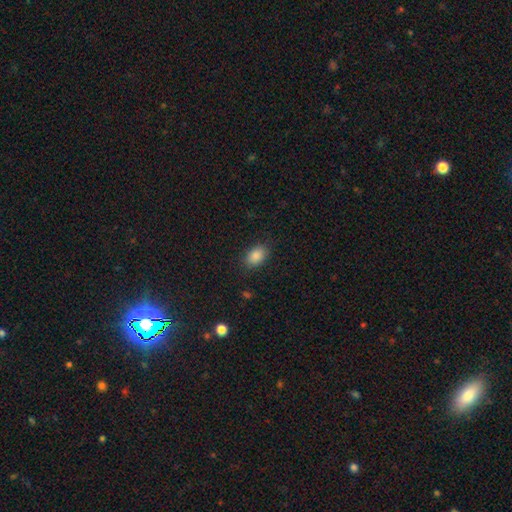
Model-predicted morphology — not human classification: type=smooth (87%); roundness=in between (85%); merging=none (86%).